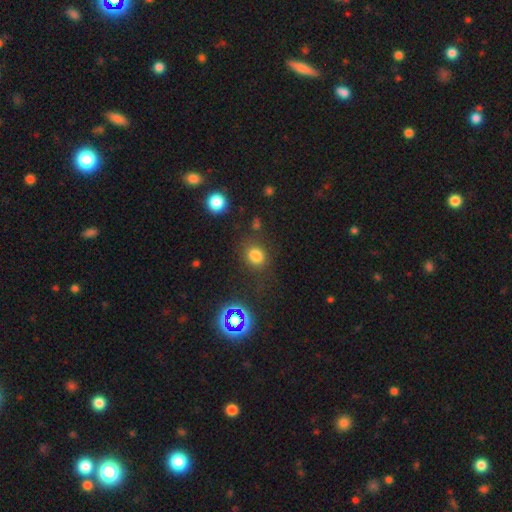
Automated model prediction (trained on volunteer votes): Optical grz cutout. It shows a smooth galaxy with no disk features (77%) that is round (65%). Merging: none (76%).